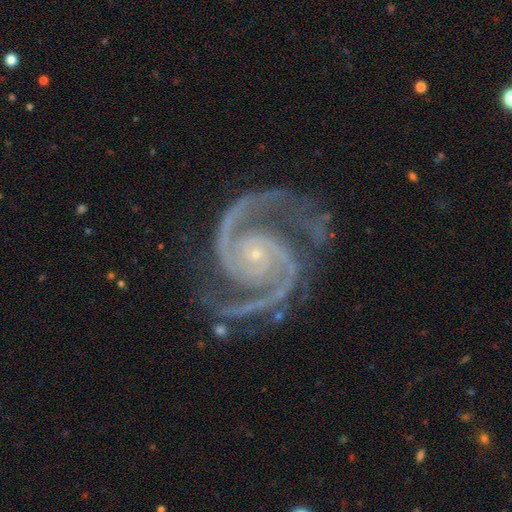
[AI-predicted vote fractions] smooth_or_featured: featured or disk (p=0.94) [alt: star or artifact p=0.04]
disk_edge_on: no (p=0.98) [alt: yes p=0.02]
bar: no (p=0.71) [alt: weak p=0.18]
has_spiral_arms: yes (p=0.99) [alt: no p=0.01]
spiral_winding: medium (p=0.52) [alt: tight p=0.43]
spiral_arm_count: 2 (p=0.88) [alt: 3 p=0.05]
bulge_size: small (p=0.88) [alt: moderate p=0.08]
merging: none (p=0.76) [alt: minor disturbance p=0.16]